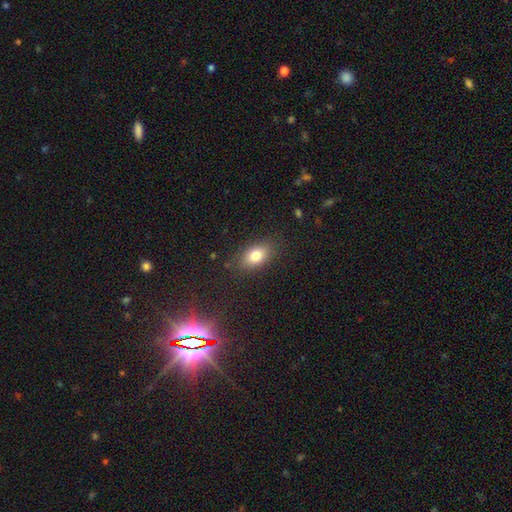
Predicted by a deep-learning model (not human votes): A smooth galaxy with no disk features (79%) that is in between round and cigar-shaped (84%).

Vote fractions:
- Smooth or featured? smooth: 79% / featured or disk: 11% / star or artifact: 10%
- How rounded? in between: 84% / round: 12% / cigar-shaped: 3%
- Merging? none: 84% / minor disturbance: 12% / major disturbance: 4% / merger: 1%